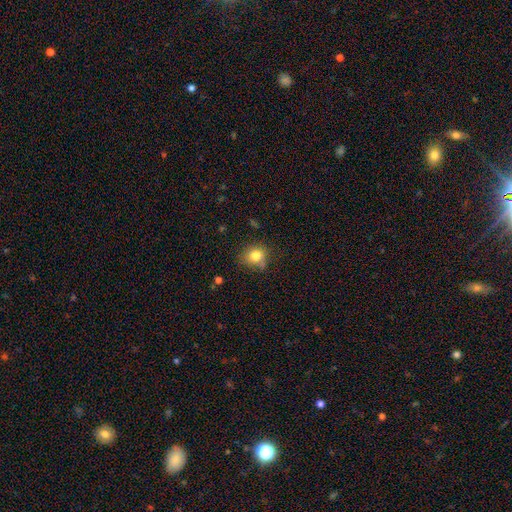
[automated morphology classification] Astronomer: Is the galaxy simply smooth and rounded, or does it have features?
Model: smooth — 80%.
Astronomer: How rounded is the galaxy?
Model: round — 75%.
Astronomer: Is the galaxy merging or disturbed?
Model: none — 69%.